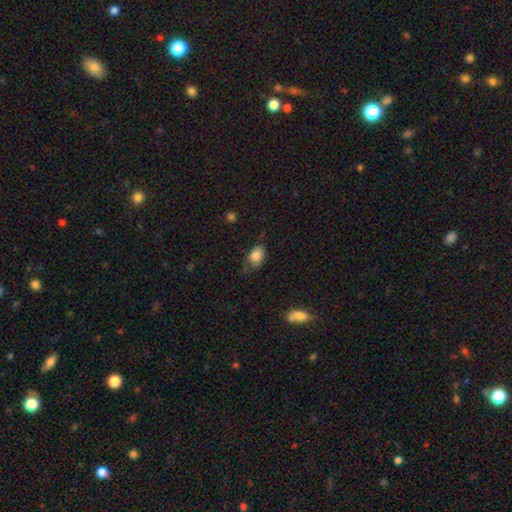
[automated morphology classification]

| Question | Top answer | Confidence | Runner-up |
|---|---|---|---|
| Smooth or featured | smooth | 81% | featured or disk (11%) |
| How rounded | in between | 78% | round (20%) |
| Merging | none | 52% | minor disturbance (34%) |